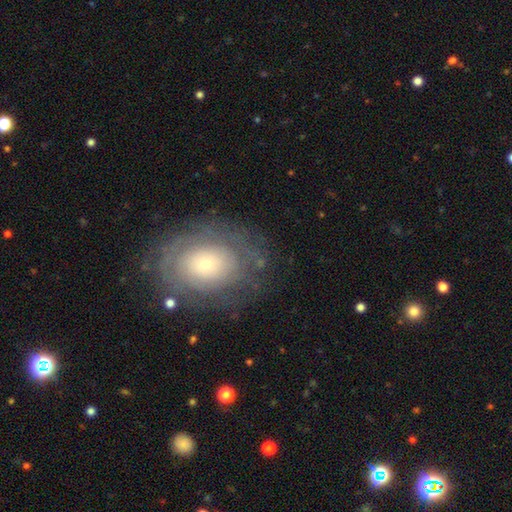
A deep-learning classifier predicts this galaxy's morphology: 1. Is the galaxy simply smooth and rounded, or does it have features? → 54% featured or disk, 34% smooth, 13% star or artifact.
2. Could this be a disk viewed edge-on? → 94% no, 6% yes.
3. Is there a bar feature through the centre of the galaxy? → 85% no, 12% weak, 3% strong.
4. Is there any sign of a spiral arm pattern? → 64% yes, 36% no.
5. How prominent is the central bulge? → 43% small, 41% moderate, 12% large, 2% dominant, 2% none.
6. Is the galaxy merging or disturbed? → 78% none, 14% minor disturbance, 7% major disturbance, 1% merger.